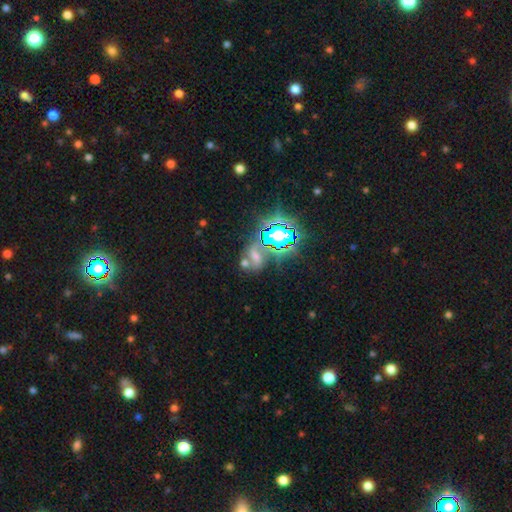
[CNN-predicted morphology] smooth_or_featured: star or artifact (p=0.46) [alt: featured or disk p=0.30]